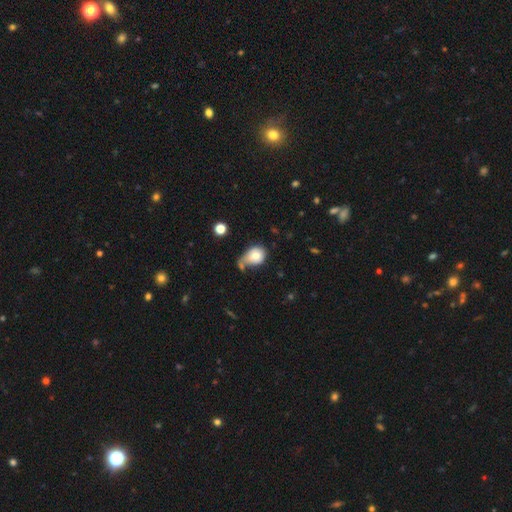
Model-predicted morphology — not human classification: smooth-or-featured: smooth: 74% | featured or disk: 17% | star or artifact: 9%
  how-rounded: in between: 51% | round: 48% | cigar-shaped: 1%
  merging: none: 36% | minor disturbance: 27% | merger: 22% | major disturbance: 16%